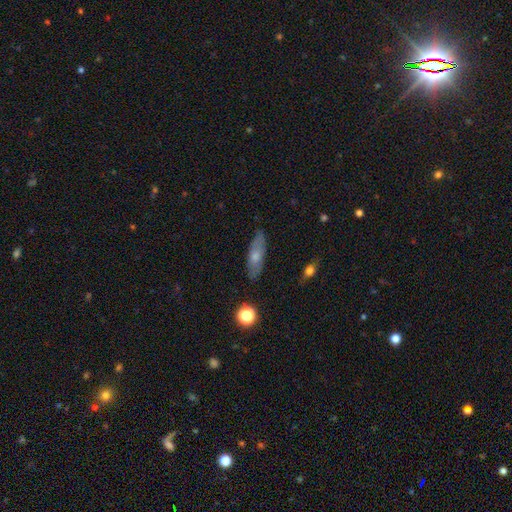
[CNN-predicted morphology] A smooth galaxy with no disk features (62%) that is in between round and cigar-shaped (52%). Merging: none (82%).